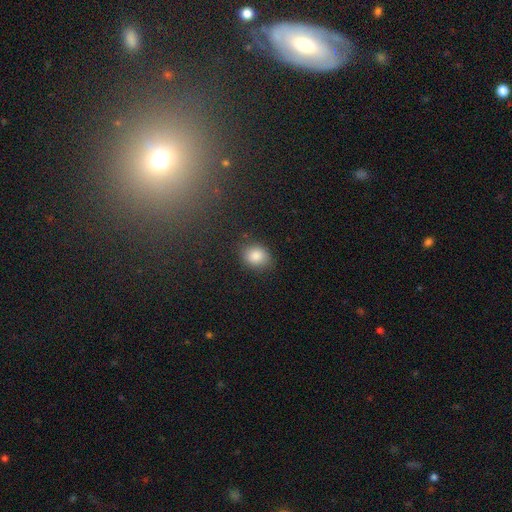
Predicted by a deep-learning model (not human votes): Overall: smooth (85%). How rounded: round (53%; in between 46%). Merging: none (80%).